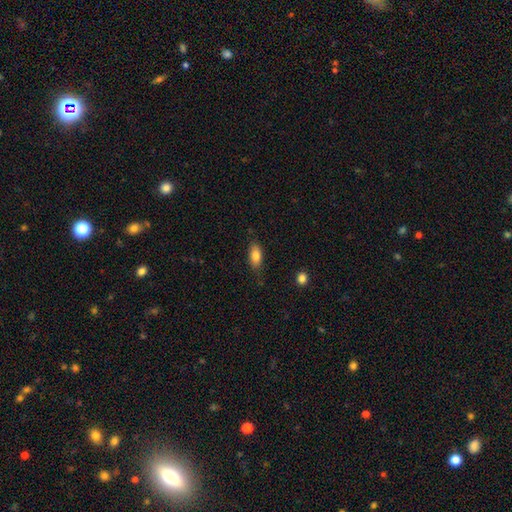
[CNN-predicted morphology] This is clearly a smooth galaxy (82%). How rounded: clearly in between (86%). Merging: likely none (79%).